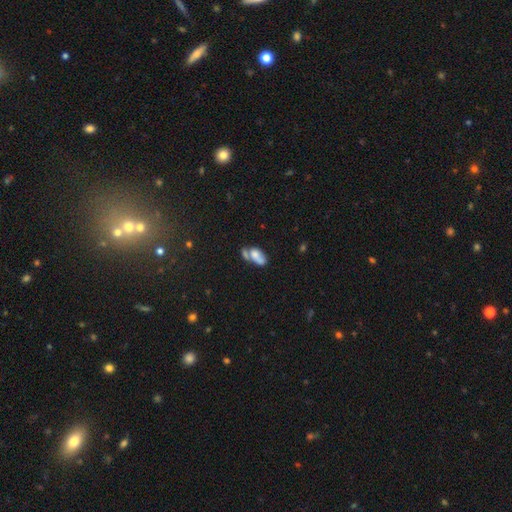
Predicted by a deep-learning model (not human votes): smooth_or_featured: smooth (p=0.64) [alt: featured or disk p=0.25]
how_rounded: in between (p=0.87) [alt: cigar-shaped p=0.08]
merging: merger (p=0.42) [alt: none p=0.30]